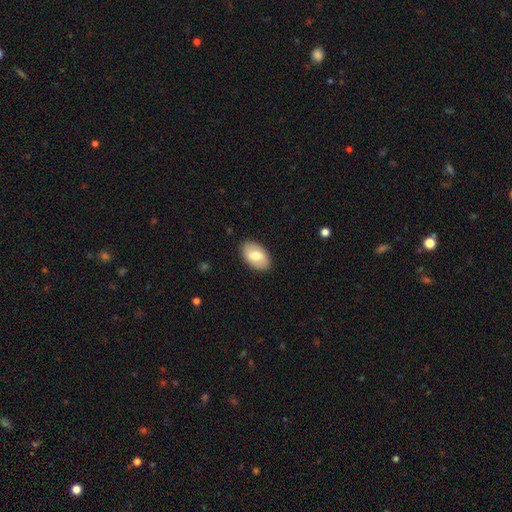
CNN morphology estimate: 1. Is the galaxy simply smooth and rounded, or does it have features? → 70% smooth, 24% featured or disk, 6% star or artifact.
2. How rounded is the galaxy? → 92% in between, 6% round, 1% cigar-shaped.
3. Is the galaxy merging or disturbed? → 87% none, 9% minor disturbance, 2% major disturbance, 1% merger.